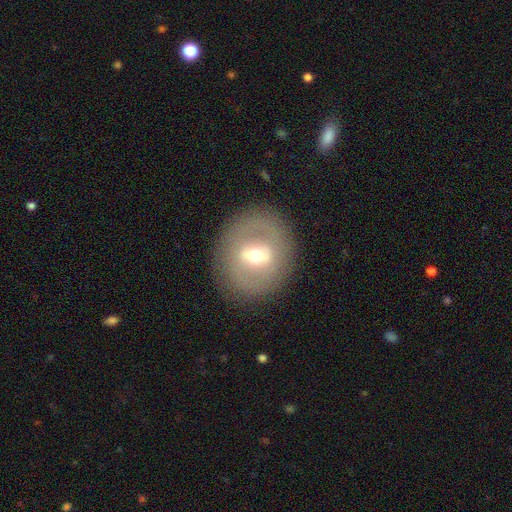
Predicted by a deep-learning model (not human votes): A featured or disk galaxy (58%) with a weak bar (44%), no spiral arms (76%) and a moderate central bulge (68%). Merging: none (84%).